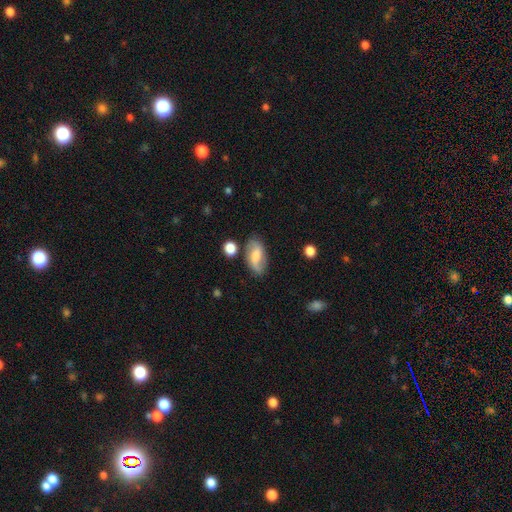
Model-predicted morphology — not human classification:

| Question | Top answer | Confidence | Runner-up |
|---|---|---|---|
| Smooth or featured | smooth | 47% | featured or disk (45%) |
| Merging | none | 73% | minor disturbance (17%) |